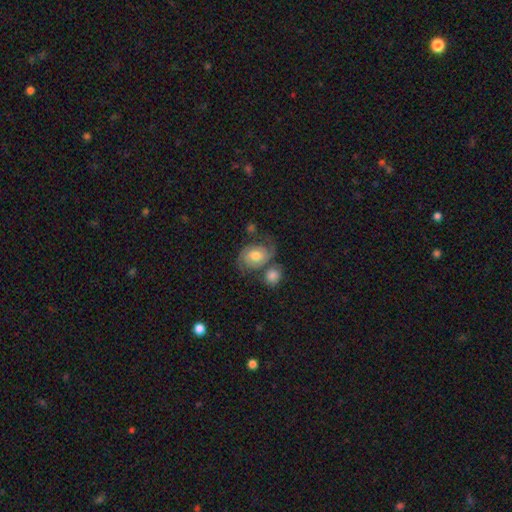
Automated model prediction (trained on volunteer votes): This is likely a featured or disk galaxy (62%). It is clearly not viewed edge-on (97%). Bar: likely no (61%). Spiral arm pattern: clearly yes (89%). Spiral arm count: clearly 2 (82%). Spiral winding: possibly medium (46%). Central bulge: likely moderate (68%). Merging: possibly none (49%).